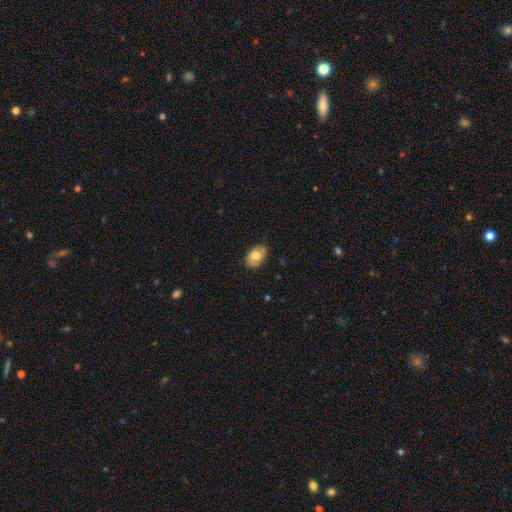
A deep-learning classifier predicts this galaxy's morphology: Q: Smooth or featured?
A: smooth (70%); runner-up: featured or disk (23%)
Q: How rounded?
A: in between (88%); runner-up: round (11%)
Q: Merging?
A: none (82%); runner-up: minor disturbance (15%)